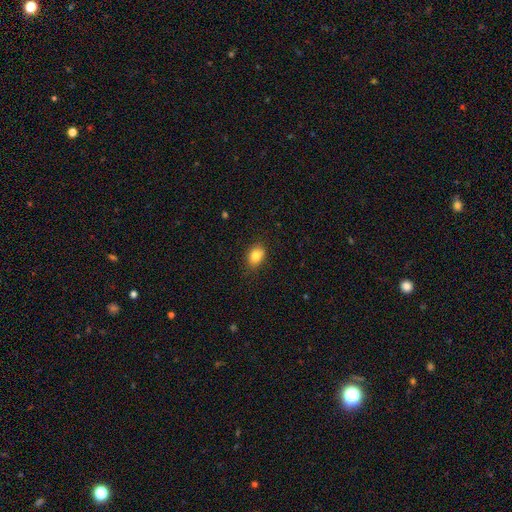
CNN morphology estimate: The model was most divided on "how rounded": in between: 67%, round: 32%, cigar-shaped: 1%. More confident: merging — none (83%); smooth or featured — smooth (83%).